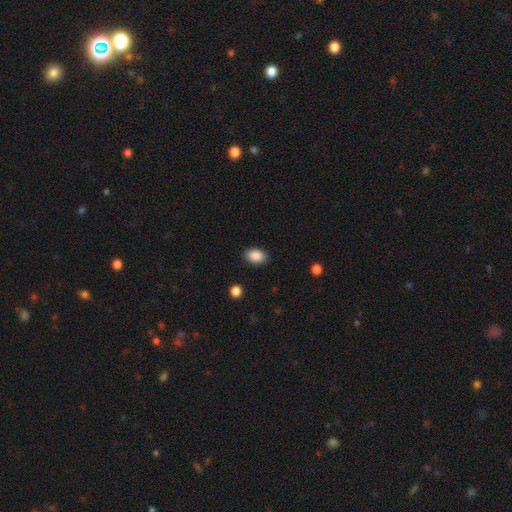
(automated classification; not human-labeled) Smooth or featured? Predicted: smooth (p=0.89). How rounded? Predicted: in between (p=0.83). Merging? Predicted: none (p=0.88).